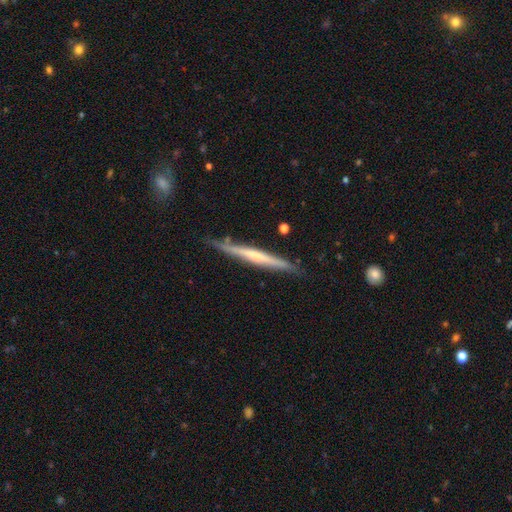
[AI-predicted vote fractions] This appears to be a featured or disk galaxy (57%) viewed edge-on (96%) with no central bulge (68%). Merging: none (82%).